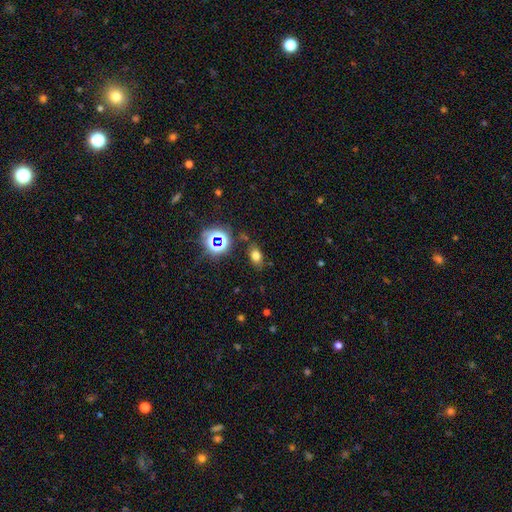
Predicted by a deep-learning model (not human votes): A smooth galaxy with no disk features (67%) that is in between round and cigar-shaped (81%). Merging: none (80%).